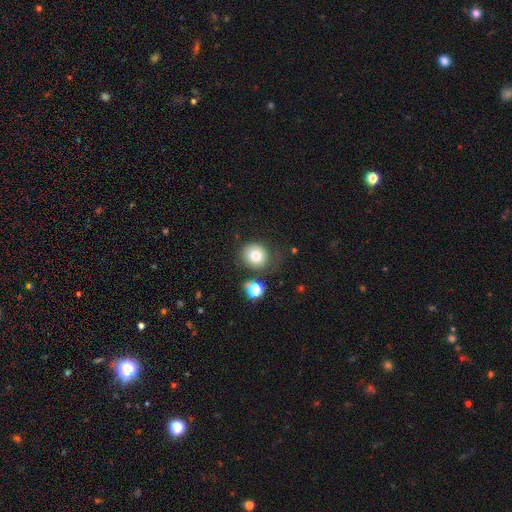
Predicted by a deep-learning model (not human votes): Q: Smooth or featured?
A: smooth (79%); runner-up: star or artifact (11%)
Q: How rounded?
A: round (81%); runner-up: in between (18%)
Q: Merging?
A: none (69%); runner-up: minor disturbance (16%)